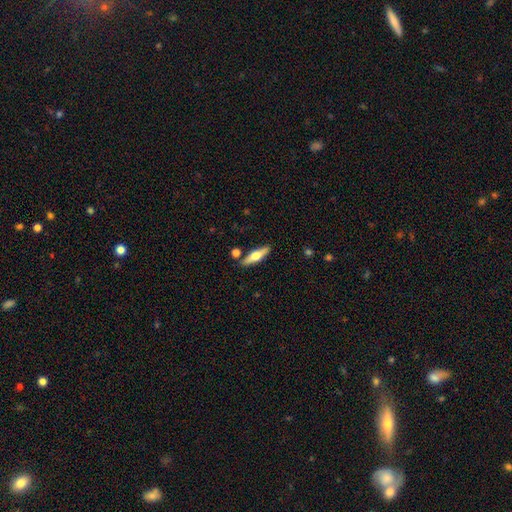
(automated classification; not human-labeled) This is possibly a featured or disk galaxy (51%). It is clearly viewed edge-on (93%). Merging: clearly none (85%).